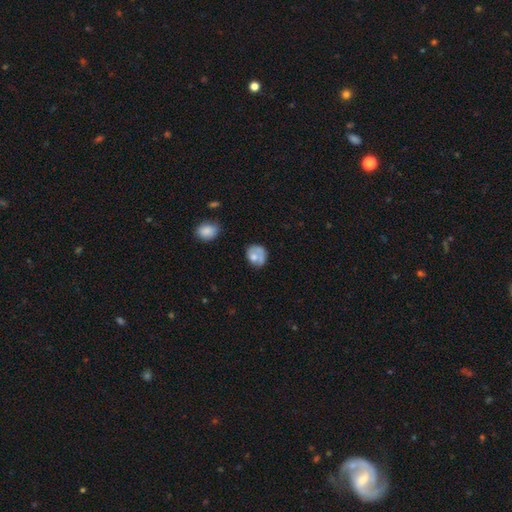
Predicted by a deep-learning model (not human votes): smooth-or-featured: smooth: 61% | featured or disk: 31% | star or artifact: 8%
  how-rounded: round: 63% | in between: 36% | cigar-shaped: 1%
  merging: none: 43% | minor disturbance: 27% | major disturbance: 20% | merger: 10%